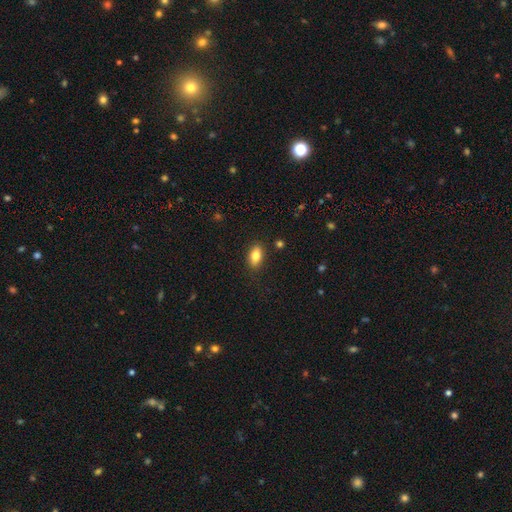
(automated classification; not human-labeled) Smooth or featured? smooth (81%)
How rounded? in between (87%)
Merging? none (86%)